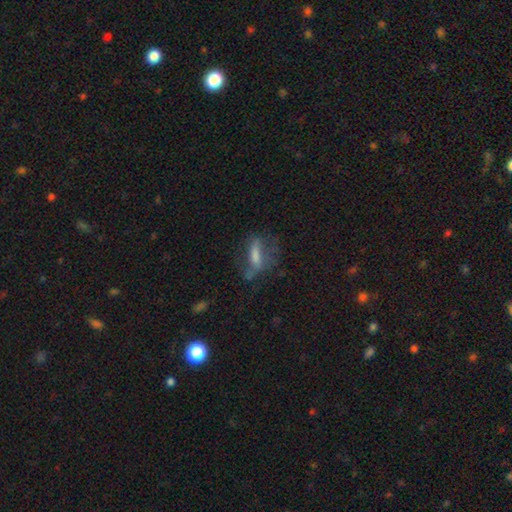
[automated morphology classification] This is possibly a featured or disk galaxy (45%). Merging: possibly none (46%).